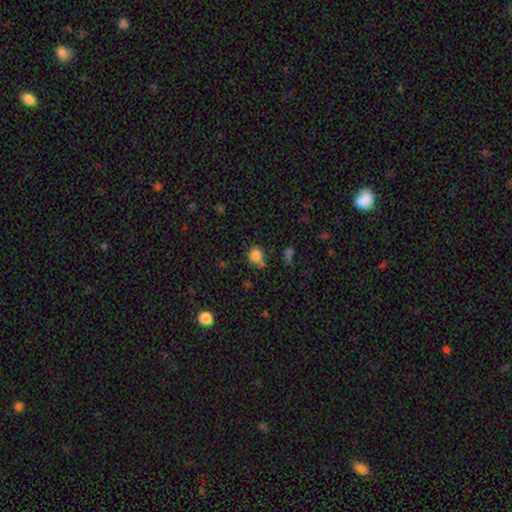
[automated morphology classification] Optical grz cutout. It shows a smooth galaxy with no disk features (83%) that is round (71%). Merging: none (62%).